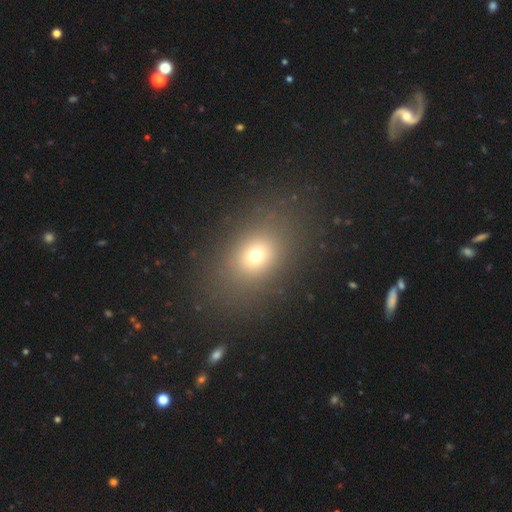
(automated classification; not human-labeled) This appears to be a smooth galaxy with no disk features (69%) that is in between round and cigar-shaped (60%). Merging: none (82%).